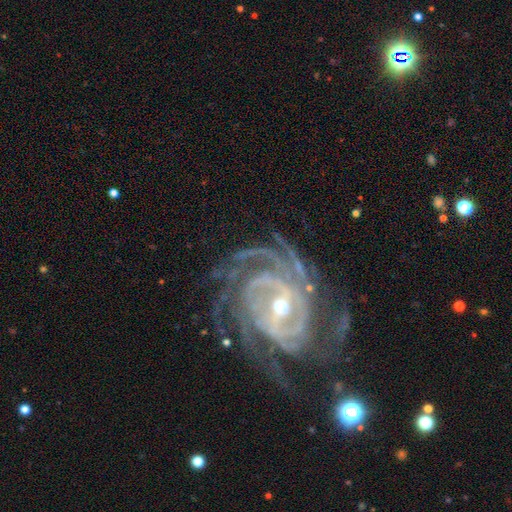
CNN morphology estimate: Smooth or featured: featured or disk — 91% (star or artifact — 6%)
Edge-on disk: no — 97% (yes — 3%)
Bar: strong — 36% (weak — 34%)
Spiral arms: yes — 99% (no — 1%)
Spiral winding: tight — 78% (medium — 19%)
Spiral arm count: 3 — 25% (4 — 24%)
Bulge size: small — 58% (moderate — 38%)
Merging: none — 71% (minor disturbance — 17%)